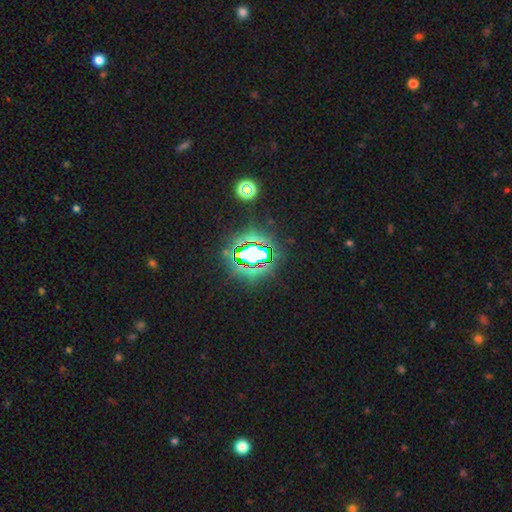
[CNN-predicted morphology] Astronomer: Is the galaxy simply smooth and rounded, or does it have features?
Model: star or artifact — 81%.